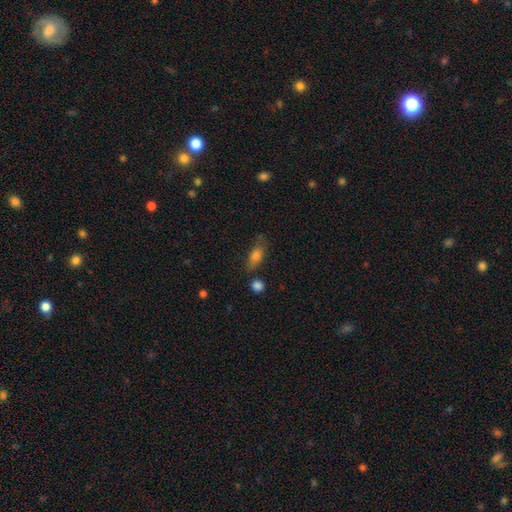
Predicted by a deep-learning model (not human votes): smooth_or_featured: smooth (p=0.72) [alt: featured or disk p=0.17]
how_rounded: in between (p=0.73) [alt: cigar-shaped p=0.21]
merging: none (p=0.62) [alt: minor disturbance p=0.23]